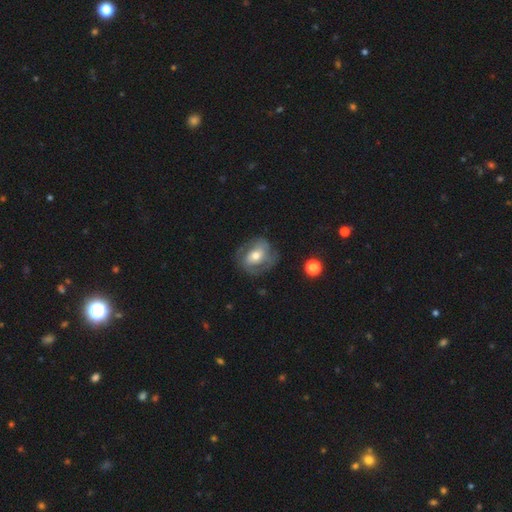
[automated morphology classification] smooth_or_featured: featured or disk (p=0.62) [alt: smooth p=0.31]
disk_edge_on: no (p=0.96) [alt: yes p=0.04]
bar: no (p=0.49) [alt: weak p=0.32]
has_spiral_arms: yes (p=0.68) [alt: no p=0.32]
bulge_size: moderate (p=0.67) [alt: small p=0.22]
merging: none (p=0.63) [alt: minor disturbance p=0.21]